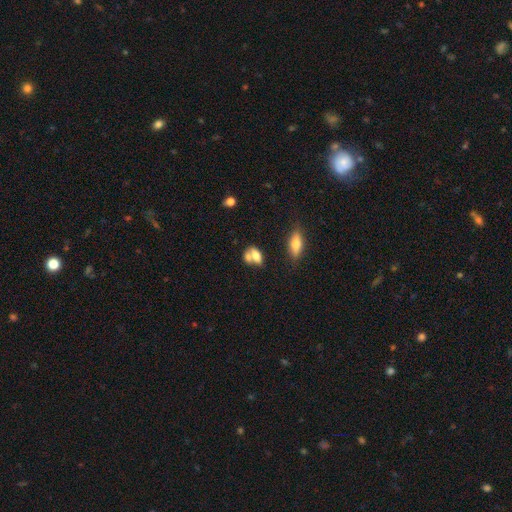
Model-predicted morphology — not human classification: A smooth galaxy with no disk features (70%) that is in between round and cigar-shaped (76%).

Vote fractions:
- Smooth or featured? smooth: 70% / featured or disk: 20% / star or artifact: 10%
- How rounded? in between: 76% / round: 18% / cigar-shaped: 6%
- Merging? merger: 52% / none: 30% / minor disturbance: 12% / major disturbance: 6%